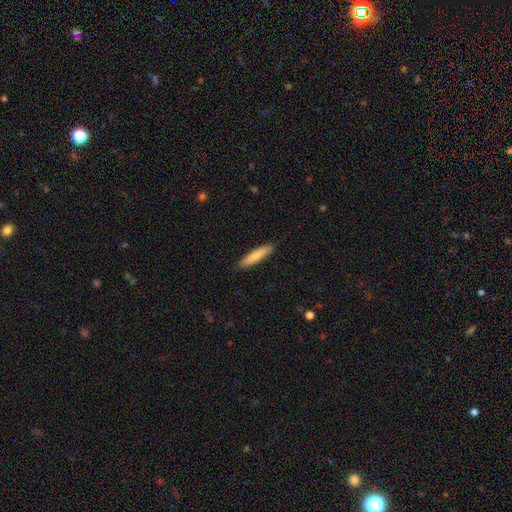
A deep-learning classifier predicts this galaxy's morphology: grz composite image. It shows a smooth galaxy with no disk features (80%) that is cigar-shaped (88%). Merging: none (90%).